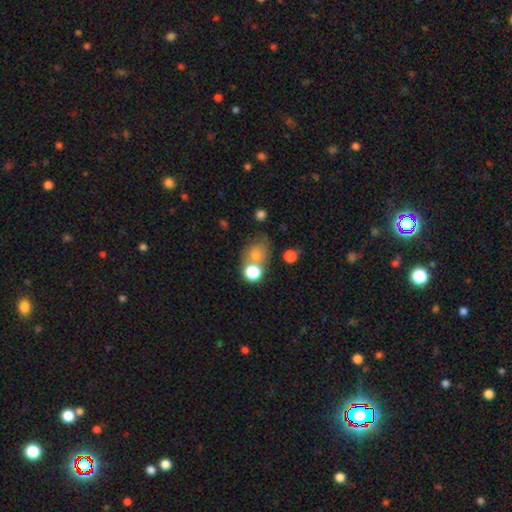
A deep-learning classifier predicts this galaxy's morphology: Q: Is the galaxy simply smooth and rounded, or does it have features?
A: smooth — 65%.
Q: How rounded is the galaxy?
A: round — 54%.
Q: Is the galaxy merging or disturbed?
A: none — 52%.